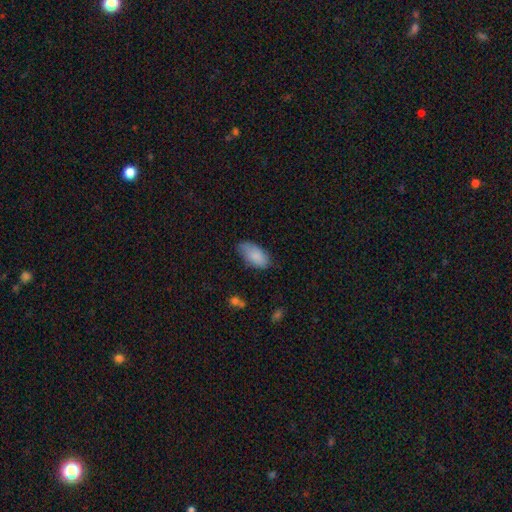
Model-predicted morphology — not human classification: A smooth galaxy with no disk features (84%) that is in between round and cigar-shaped (93%).

Vote fractions:
- Smooth or featured? smooth: 84% / featured or disk: 10% / star or artifact: 6%
- How rounded? in between: 93% / cigar-shaped: 5% / round: 2%
- Merging? none: 68% / minor disturbance: 26% / major disturbance: 5% / merger: 2%